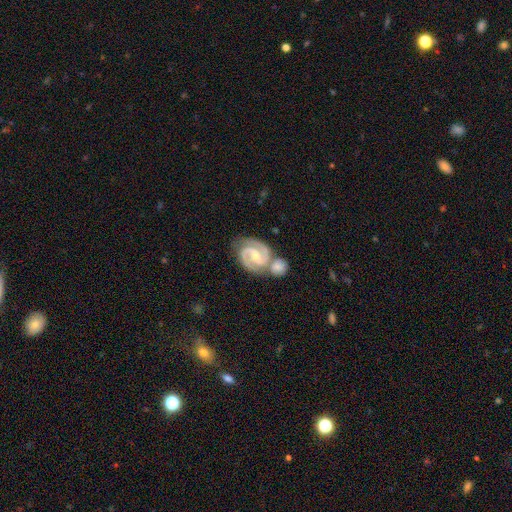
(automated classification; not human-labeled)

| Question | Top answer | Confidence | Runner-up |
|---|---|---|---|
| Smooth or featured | featured or disk | 92% | smooth (4%) |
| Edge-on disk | no | 98% | yes (2%) |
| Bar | weak | 45% | strong (32%) |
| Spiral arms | yes | 99% | no (1%) |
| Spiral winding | medium | 51% | tight (43%) |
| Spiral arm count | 2 | 91% | 3 (4%) |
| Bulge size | small | 53% | moderate (42%) |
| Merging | none | 50% | merger (34%) |